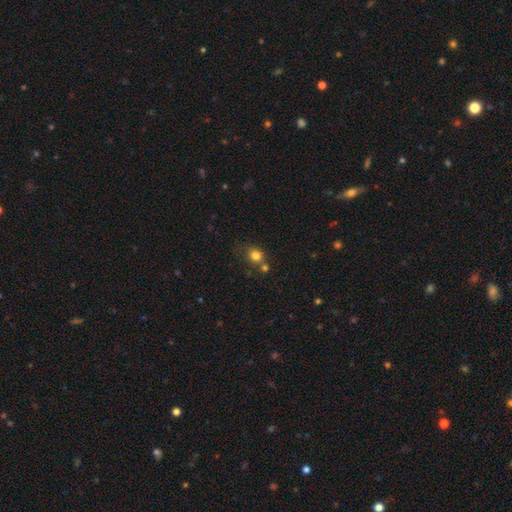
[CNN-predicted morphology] A smooth galaxy with no disk features (79%) that is round (76%). Merging: none (59%).